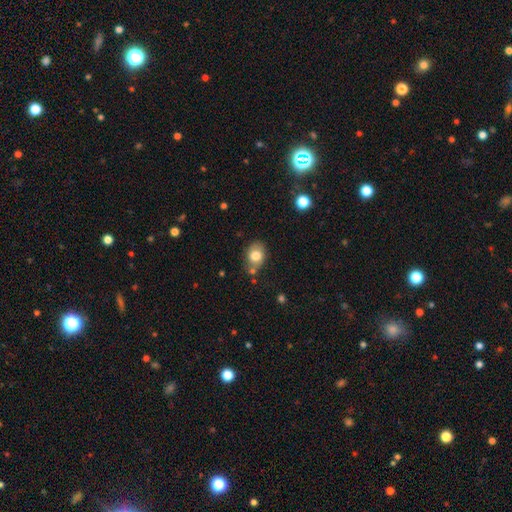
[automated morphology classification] A smooth galaxy with no disk features (78%) that is in between round and cigar-shaped (63%).

Vote fractions:
- Smooth or featured? smooth: 78% / featured or disk: 13% / star or artifact: 9%
- How rounded? in between: 63% / round: 36% / cigar-shaped: 1%
- Merging? none: 68% / minor disturbance: 19% / merger: 9% / major disturbance: 4%